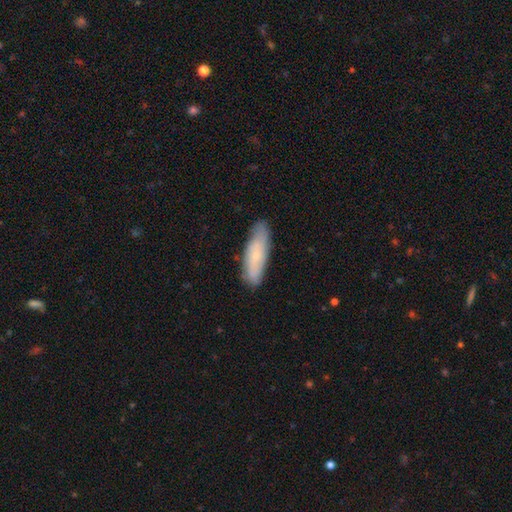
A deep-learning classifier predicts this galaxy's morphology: smooth_or_featured: smooth (p=0.60) [alt: featured or disk p=0.34]
how_rounded: cigar-shaped (p=0.54) [alt: in between p=0.44]
merging: none (p=0.79) [alt: minor disturbance p=0.17]